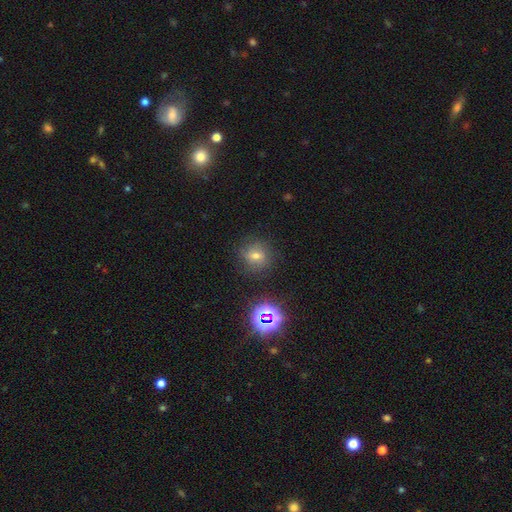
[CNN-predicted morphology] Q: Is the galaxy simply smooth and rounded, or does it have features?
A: smooth — 54%.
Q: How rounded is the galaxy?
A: round — 79%.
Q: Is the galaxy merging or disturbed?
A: none — 81%.